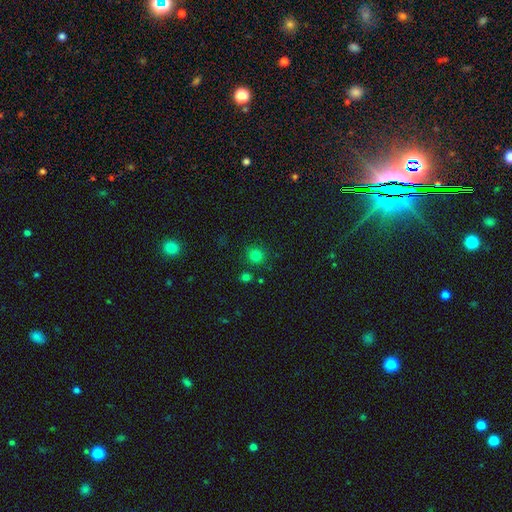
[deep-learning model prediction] Morphology: type=smooth (79%); roundness=round (91%); merging=none (85%).